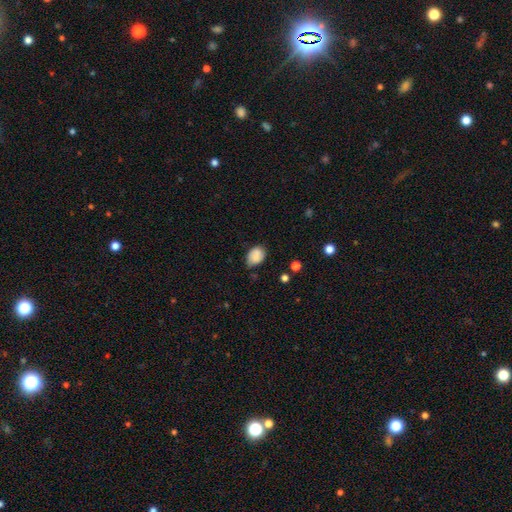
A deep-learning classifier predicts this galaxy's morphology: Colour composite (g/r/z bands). It shows a smooth galaxy with no disk features (81%) that is in between round and cigar-shaped (74%). Merging: none (68%).